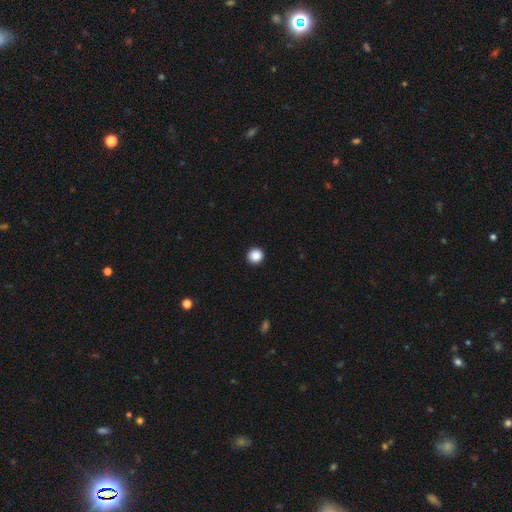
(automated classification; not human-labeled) smooth 88%, star or artifact 10%, featured or disk 3%. Down the decision tree: how rounded — round (95%); merging — none (94%).